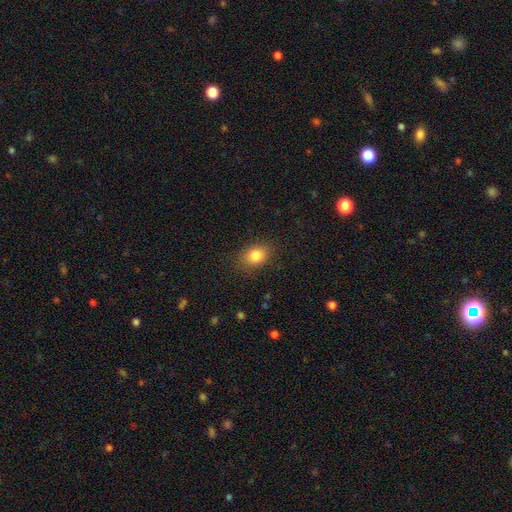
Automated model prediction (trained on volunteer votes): smooth 83%, star or artifact 10%, featured or disk 7%. Down the decision tree: how rounded — in between (62%); merging — none (83%).